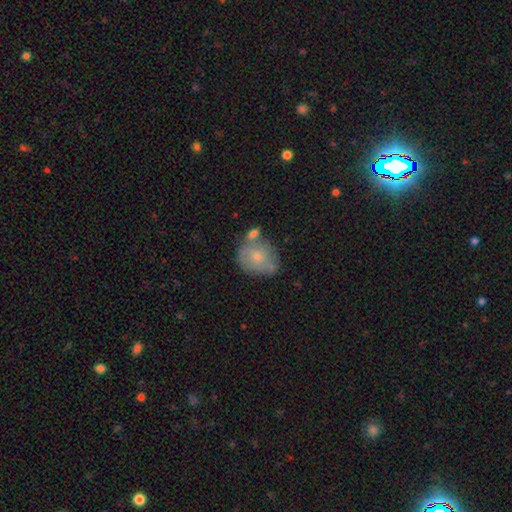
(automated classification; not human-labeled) smooth-or-featured: smooth: 67% | featured or disk: 25% | star or artifact: 8%
  how-rounded: round: 70% | in between: 29% | cigar-shaped: 1%
  merging: none: 49% | merger: 25% | minor disturbance: 20% | major disturbance: 6%